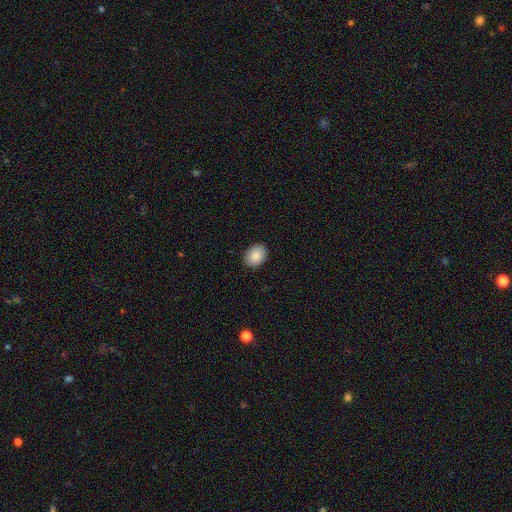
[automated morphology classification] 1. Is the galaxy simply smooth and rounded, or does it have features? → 88% smooth, 7% star or artifact, 4% featured or disk.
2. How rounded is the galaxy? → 67% in between, 33% round, 1% cigar-shaped.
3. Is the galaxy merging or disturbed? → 90% none, 7% minor disturbance, 2% major disturbance, 1% merger.